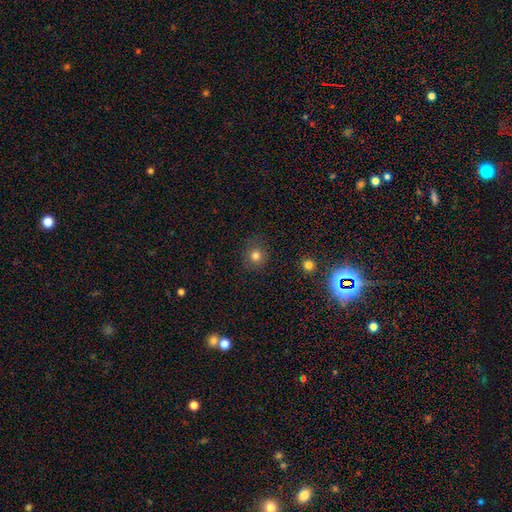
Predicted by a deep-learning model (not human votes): This is likely a smooth galaxy (79%). How rounded: clearly round (89%). Merging: clearly none (86%).